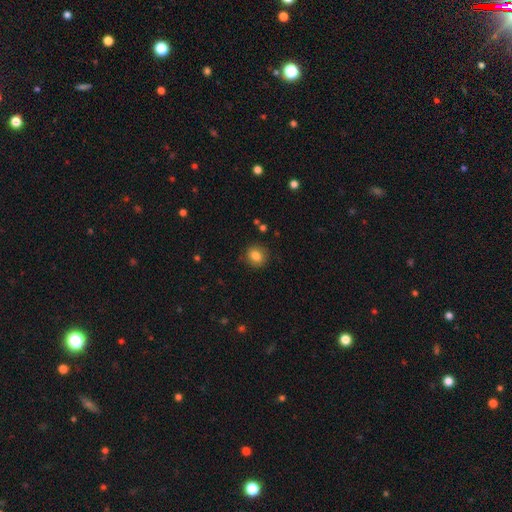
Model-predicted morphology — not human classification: Q: Smooth or featured?
A: smooth (83%); runner-up: star or artifact (10%)
Q: How rounded?
A: round (80%); runner-up: in between (19%)
Q: Merging?
A: none (87%); runner-up: minor disturbance (9%)